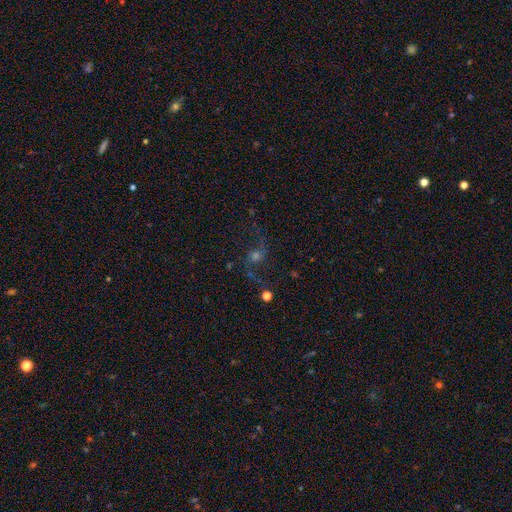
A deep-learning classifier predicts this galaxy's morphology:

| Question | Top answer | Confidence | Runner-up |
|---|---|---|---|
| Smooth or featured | featured or disk | 73% | star or artifact (15%) |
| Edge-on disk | no | 96% | yes (4%) |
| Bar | no | 67% | weak (25%) |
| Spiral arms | yes | 92% | no (8%) |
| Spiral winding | loose | 84% | medium (13%) |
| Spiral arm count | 2 | 91% | 1 (4%) |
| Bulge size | moderate | 47% | small (35%) |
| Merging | none | 69% | major disturbance (14%) |